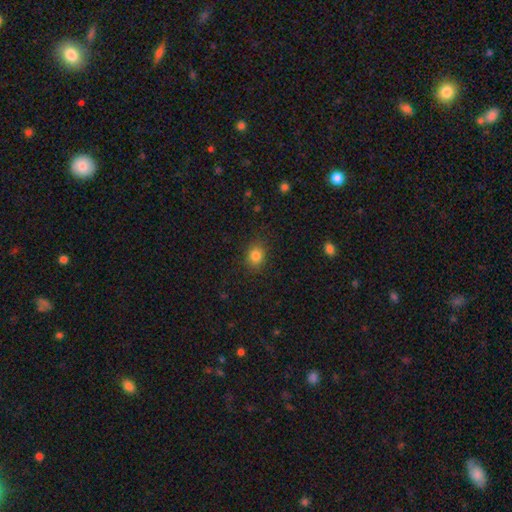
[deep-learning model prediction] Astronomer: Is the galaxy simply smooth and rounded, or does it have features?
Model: smooth — 83%.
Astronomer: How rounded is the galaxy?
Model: round — 59% (runner-up: in between, 40%).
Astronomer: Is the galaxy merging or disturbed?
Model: none — 86%.